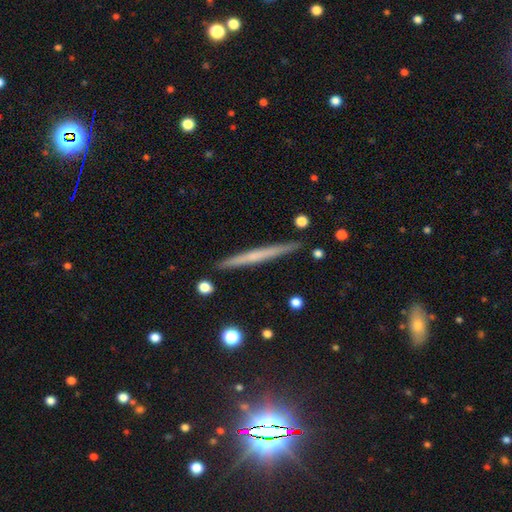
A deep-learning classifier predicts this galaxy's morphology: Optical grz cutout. It shows a featured or disk galaxy (52%) viewed edge-on (98%) with no central bulge (77%). Merging: none (91%).